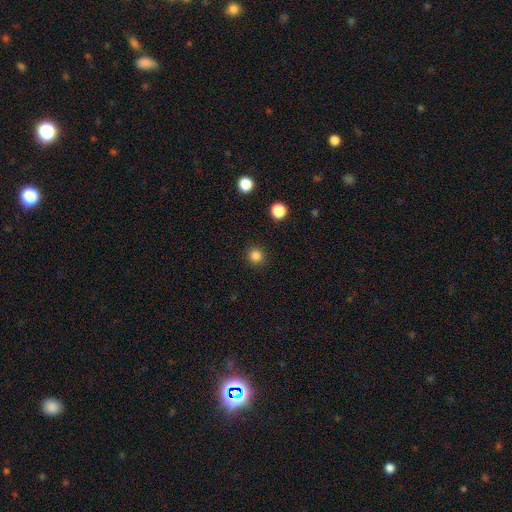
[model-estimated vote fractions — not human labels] smooth_or_featured: smooth (p=0.84) [alt: star or artifact p=0.13]
how_rounded: round (p=0.92) [alt: in between p=0.07]
merging: none (p=0.91) [alt: minor disturbance p=0.06]